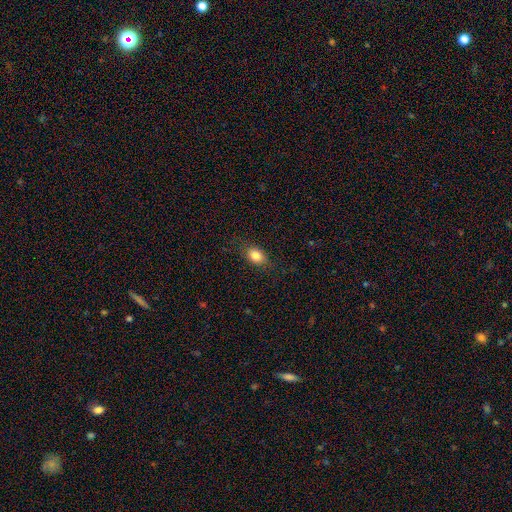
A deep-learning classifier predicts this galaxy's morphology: A smooth galaxy with no disk features (84%) that is in between round and cigar-shaped (76%). Merging: none (82%).